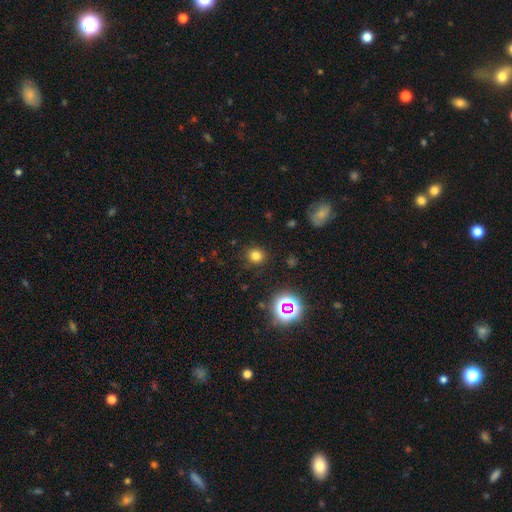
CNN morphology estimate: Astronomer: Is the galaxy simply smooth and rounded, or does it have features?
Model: smooth — 75%.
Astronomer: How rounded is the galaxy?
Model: round — 88%.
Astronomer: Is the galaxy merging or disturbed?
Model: none — 87%.